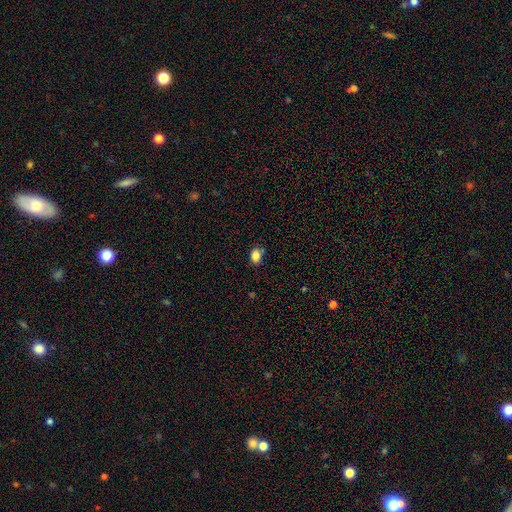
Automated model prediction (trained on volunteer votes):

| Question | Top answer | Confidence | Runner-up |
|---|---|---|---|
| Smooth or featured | smooth | 83% | star or artifact (11%) |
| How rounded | in between | 69% | round (30%) |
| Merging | none | 74% | minor disturbance (16%) |